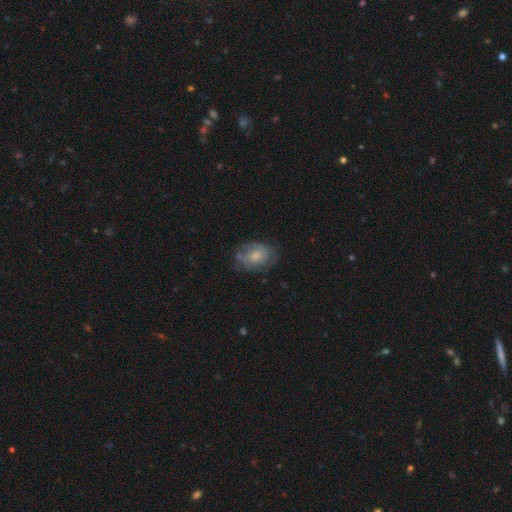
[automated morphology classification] smooth-or-featured: featured or disk: 50% | smooth: 42% | star or artifact: 8%
  disk-edge-on: no: 96% | yes: 4%
  merging: none: 64% | minor disturbance: 23% | major disturbance: 10% | merger: 2%